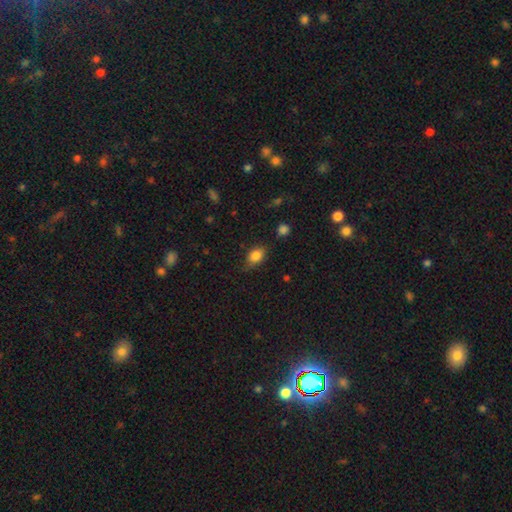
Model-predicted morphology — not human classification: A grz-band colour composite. It shows a smooth galaxy with no disk features (83%) that is in between round and cigar-shaped (74%). Merging: none (65%).